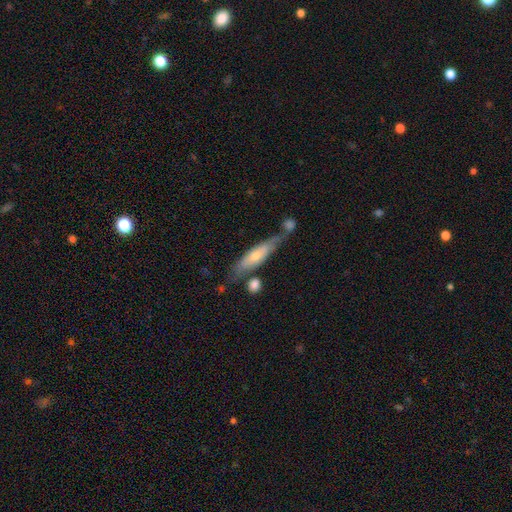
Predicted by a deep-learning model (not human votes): The model was most divided on "smooth or featured": smooth: 49%, featured or disk: 45%, star or artifact: 6%. More confident: merging — none (53%).